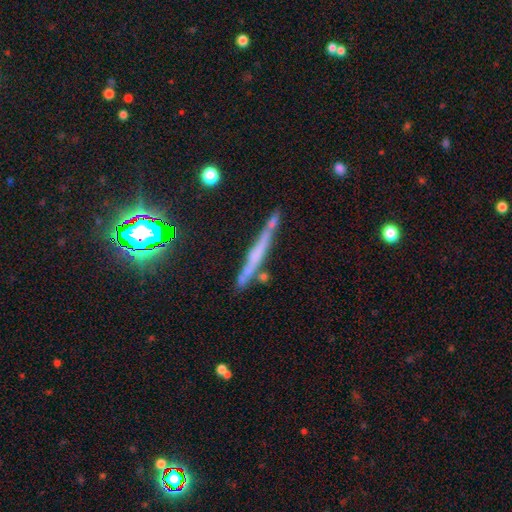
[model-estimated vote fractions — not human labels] This appears to be a featured or disk galaxy (52%) viewed edge-on (93%). Merging: none (75%).